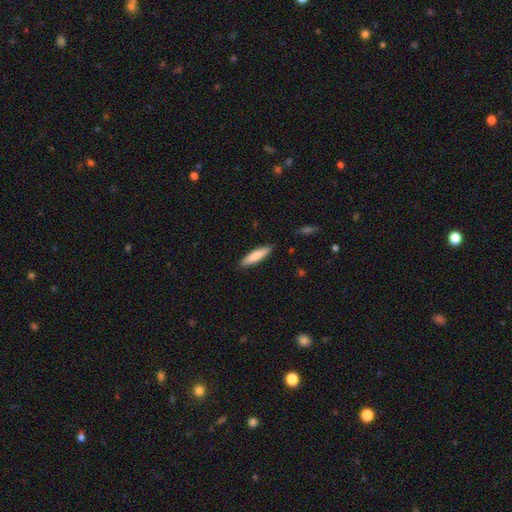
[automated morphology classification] Smooth or featured? Predicted: smooth (p=0.80). How rounded? Predicted: cigar-shaped (p=0.78). Merging? Predicted: none (p=0.89).